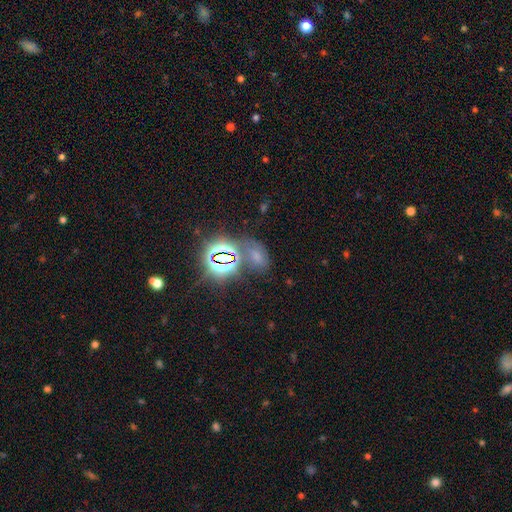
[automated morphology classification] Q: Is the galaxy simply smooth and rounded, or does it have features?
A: star or artifact — 51%.